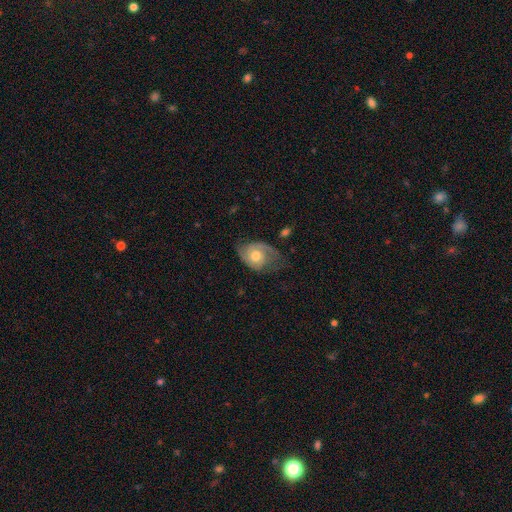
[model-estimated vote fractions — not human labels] Smooth or featured: featured or disk — 68% (smooth — 25%)
Edge-on disk: no — 96% (yes — 4%)
Bar: no — 76% (weak — 21%)
Spiral arms: yes — 88% (no — 12%)
Spiral winding: medium — 41% (tight — 37%)
Spiral arm count: 2 — 62% (1 — 15%)
Bulge size: moderate — 70% (small — 16%)
Merging: none — 46% (minor disturbance — 30%)